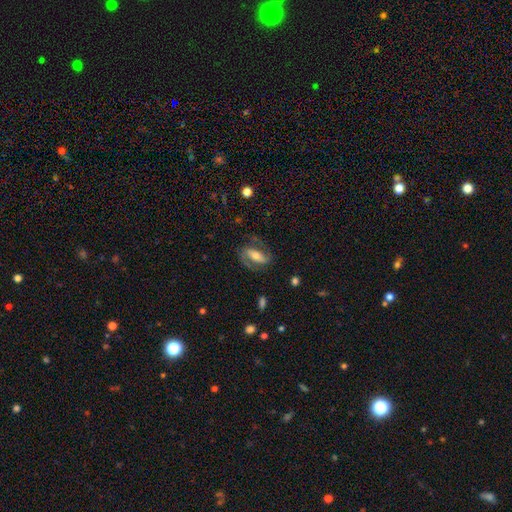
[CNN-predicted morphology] smooth-or-featured: featured or disk: 76% | smooth: 18% | star or artifact: 6%
  disk-edge-on: no: 93% | yes: 7%
    bar: strong: 49% | weak: 28% | no: 22%
    has-spiral-arms: yes: 91% | no: 9%
      spiral-winding: medium: 50% | tight: 27% | loose: 23%
      spiral-arm-count: 2: 88% | can't tell: 5% | 1: 4% | 3: 1% | 4: 1% | more than 4: 1%
    bulge-size: moderate: 56% | small: 29% | large: 11% | none: 2% | dominant: 2%
  merging: none: 72% | minor disturbance: 15% | major disturbance: 11% | merger: 2%